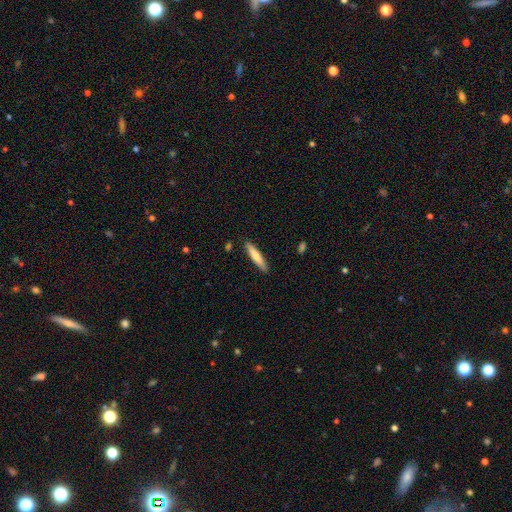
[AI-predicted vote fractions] A smooth galaxy with no disk features (74%) that is cigar-shaped (89%). Merging: none (89%).